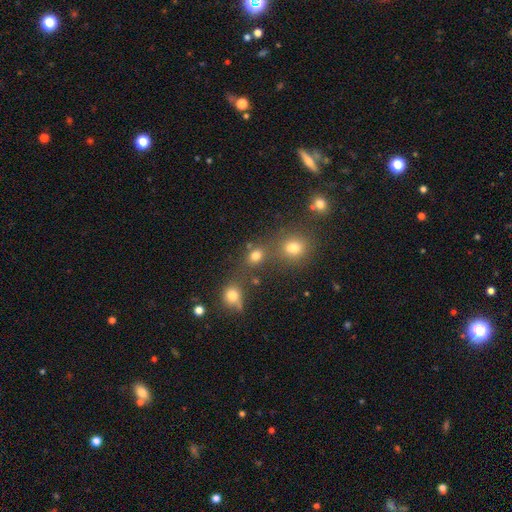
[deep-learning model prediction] Smooth or featured? smooth (76%)
How rounded? round (69%)
Merging? none (62%)